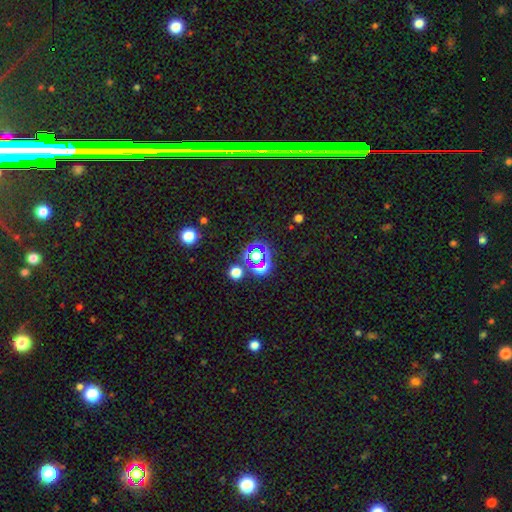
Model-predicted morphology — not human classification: Smooth or featured? star or artifact (61%)